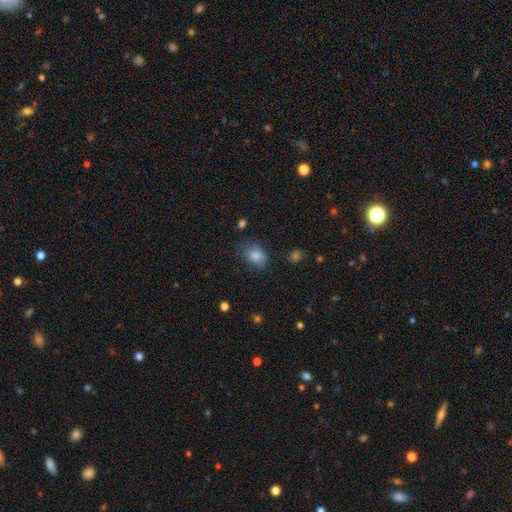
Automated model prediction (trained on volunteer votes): Q: Smooth or featured?
A: smooth (82%); runner-up: star or artifact (9%)
Q: How rounded?
A: in between (70%); runner-up: round (29%)
Q: Merging?
A: none (64%); runner-up: minor disturbance (26%)